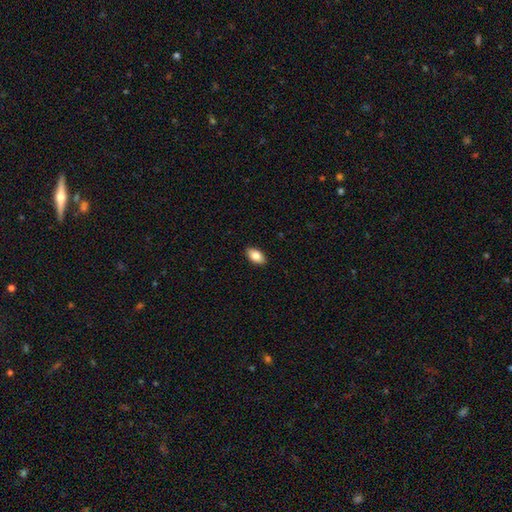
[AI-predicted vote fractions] This appears to be a smooth galaxy with no disk features (84%) that is in between round and cigar-shaped (93%). Merging: none (90%).